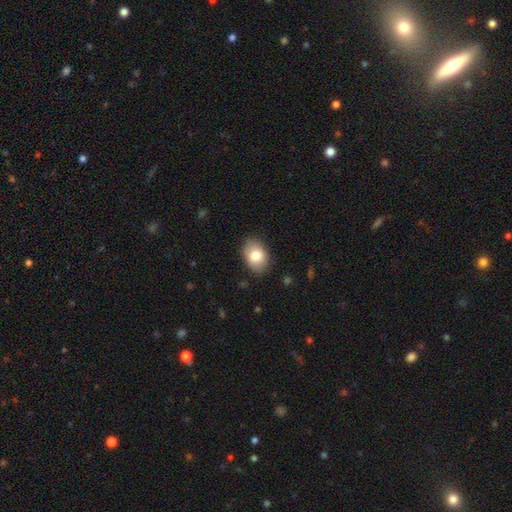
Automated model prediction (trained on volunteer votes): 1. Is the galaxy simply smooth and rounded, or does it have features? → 81% smooth, 12% featured or disk, 7% star or artifact.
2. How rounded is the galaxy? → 82% in between, 17% round, 1% cigar-shaped.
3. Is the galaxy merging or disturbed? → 84% none, 12% minor disturbance, 3% major disturbance, 1% merger.